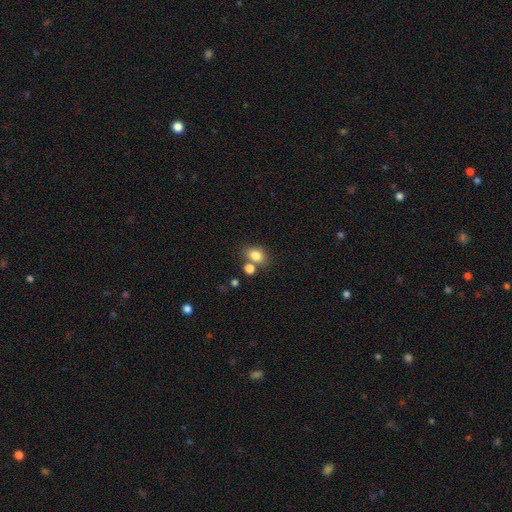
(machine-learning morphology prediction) Smooth or featured? Predicted: smooth (p=0.82). How rounded? Predicted: in between (p=0.66). Merging? Predicted: none (p=0.59).